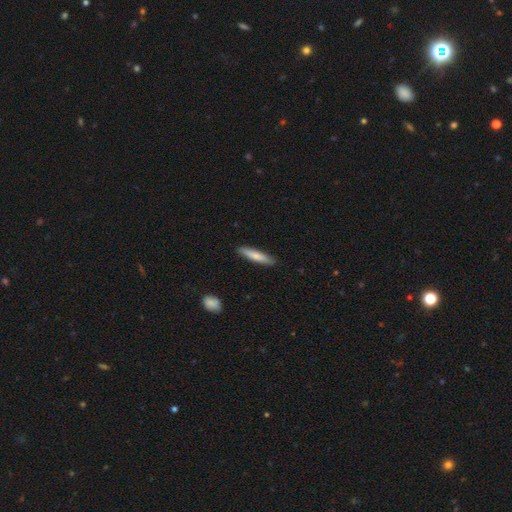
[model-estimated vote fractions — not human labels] Q: Smooth or featured?
A: smooth (75%); runner-up: featured or disk (20%)
Q: How rounded?
A: cigar-shaped (86%); runner-up: in between (12%)
Q: Merging?
A: none (89%); runner-up: minor disturbance (8%)